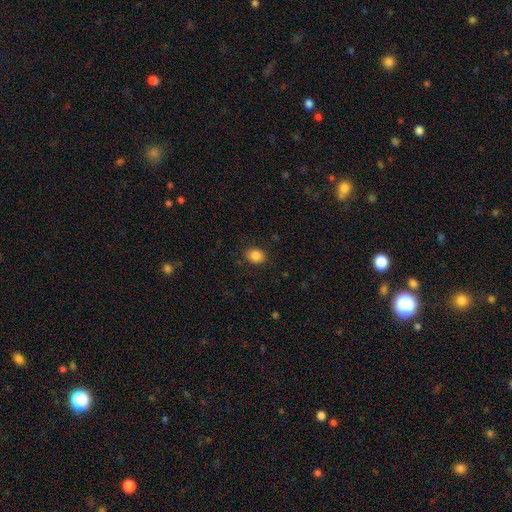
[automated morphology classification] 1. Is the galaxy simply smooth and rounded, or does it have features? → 85% smooth, 9% star or artifact, 6% featured or disk.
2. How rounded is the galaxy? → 55% in between, 44% round, 1% cigar-shaped.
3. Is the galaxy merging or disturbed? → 87% none, 10% minor disturbance, 3% major disturbance, 1% merger.